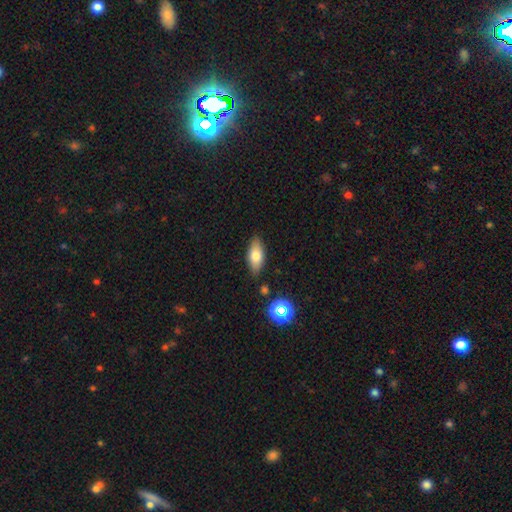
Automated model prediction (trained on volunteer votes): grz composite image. It shows a smooth galaxy with no disk features (75%) that is in between round and cigar-shaped (84%). Merging: none (84%).